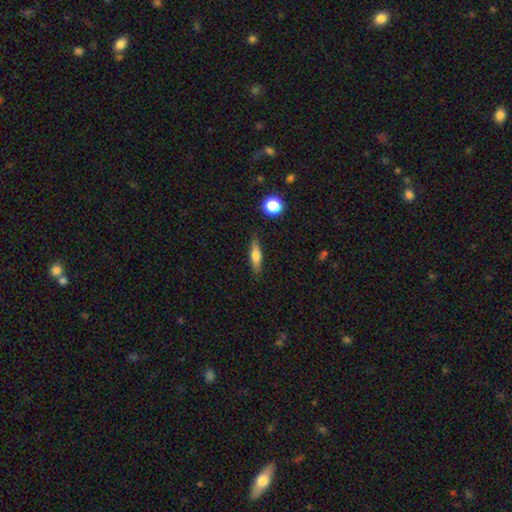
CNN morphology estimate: Smooth or featured? smooth (62%)
How rounded? cigar-shaped (68%)
Merging? none (85%)